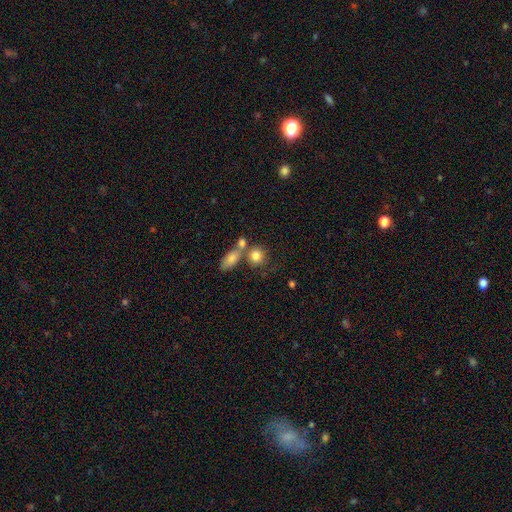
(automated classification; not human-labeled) The model was most divided on "merging": none: 46%, merger: 39%, minor disturbance: 10%, major disturbance: 5%. More confident: smooth or featured — smooth (79%); how rounded — round (77%).